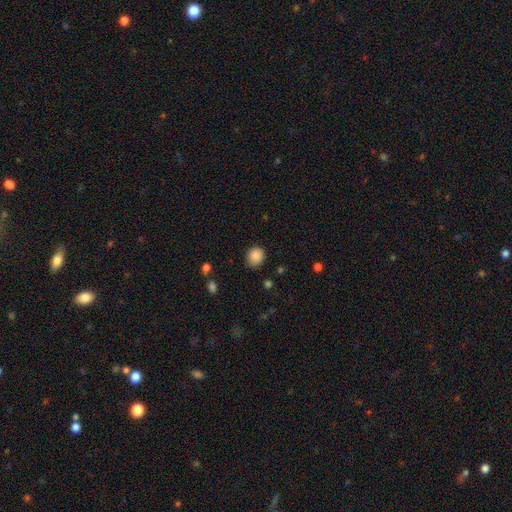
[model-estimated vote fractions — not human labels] Morphology: type=smooth (87%); roundness=round (81%); merging=none (82%).